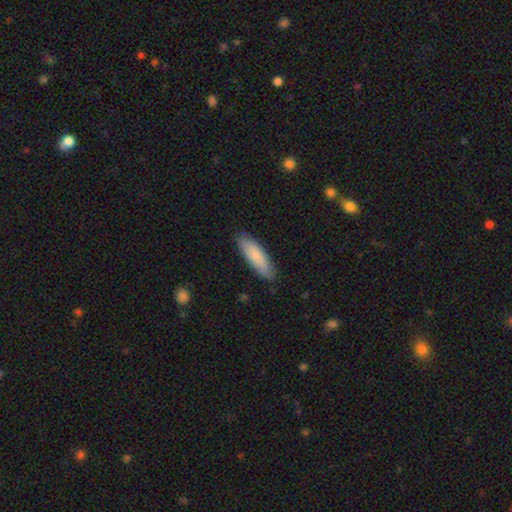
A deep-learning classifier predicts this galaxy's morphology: This appears to be a smooth galaxy with no disk features (80%) that is cigar-shaped (52%). Merging: none (86%).